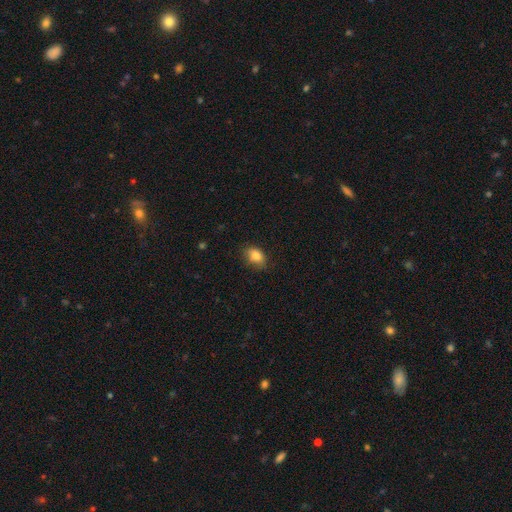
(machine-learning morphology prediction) smooth-or-featured: smooth: 84% | star or artifact: 9% | featured or disk: 7%
  how-rounded: in between: 82% | round: 16% | cigar-shaped: 2%
  merging: none: 74% | minor disturbance: 21% | major disturbance: 4% | merger: 1%